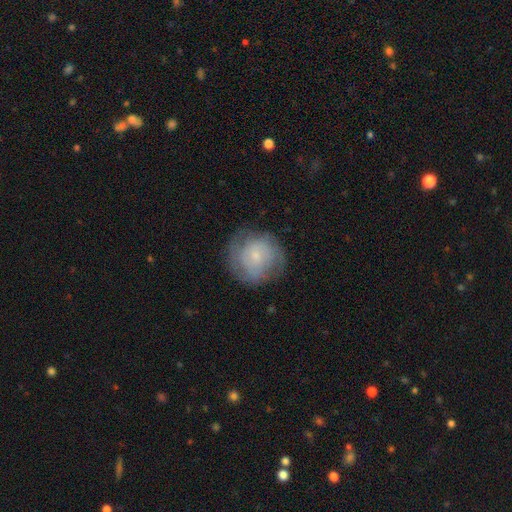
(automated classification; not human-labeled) A featured or disk galaxy (48%).

Vote fractions:
- Smooth or featured? featured or disk: 48% / smooth: 44% / star or artifact: 8%
- Merging? none: 74% / minor disturbance: 17% / major disturbance: 8% / merger: 1%